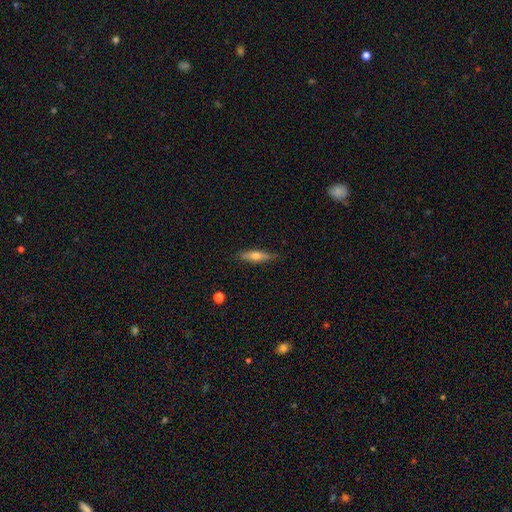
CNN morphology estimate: Smooth or featured? Predicted: smooth (p=0.52). How rounded? Predicted: cigar-shaped (p=0.71). Merging? Predicted: none (p=0.84).